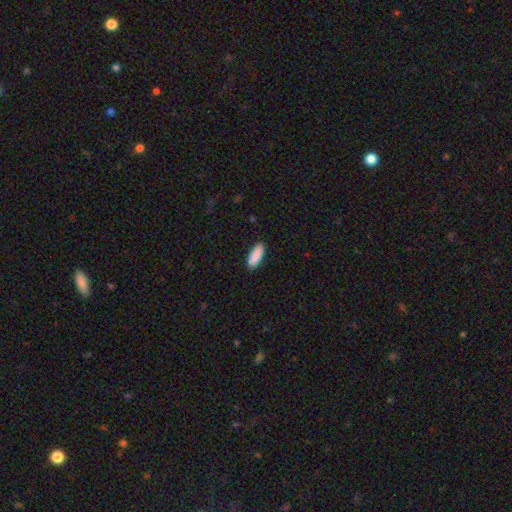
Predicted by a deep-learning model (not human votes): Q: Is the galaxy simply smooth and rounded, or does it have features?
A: smooth — 90%.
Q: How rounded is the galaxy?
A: in between — 64%.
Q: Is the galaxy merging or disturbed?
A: none — 90%.